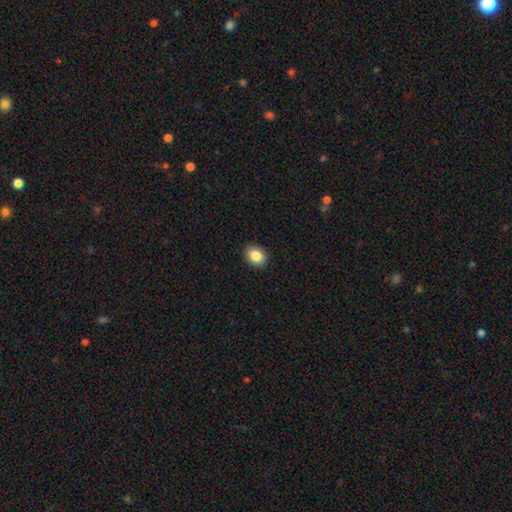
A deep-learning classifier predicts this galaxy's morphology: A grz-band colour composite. It shows a smooth galaxy with no disk features (86%) that is in between round and cigar-shaped (62%). Merging: none (91%).